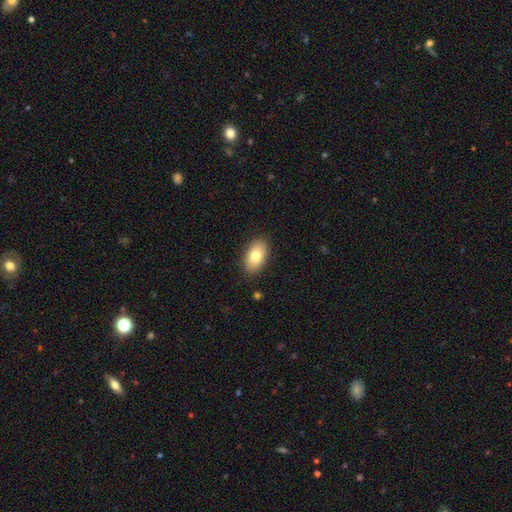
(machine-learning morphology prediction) smooth 77%, featured or disk 16%, star or artifact 7%. Down the decision tree: how rounded — in between (92%); merging — none (87%).